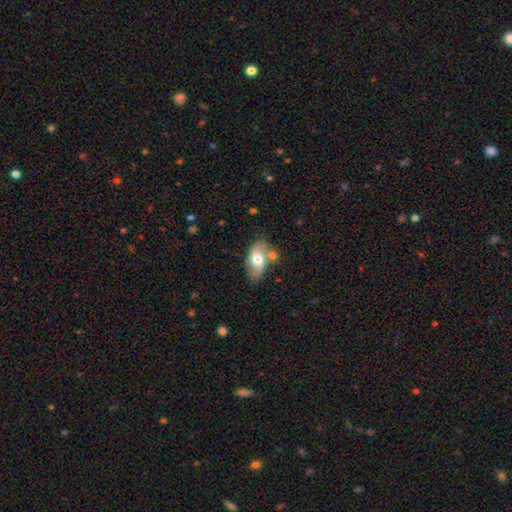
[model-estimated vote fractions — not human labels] smooth 51%, featured or disk 42%, star or artifact 7%. Down the decision tree: how rounded — in between (89%); merging — none (62%).